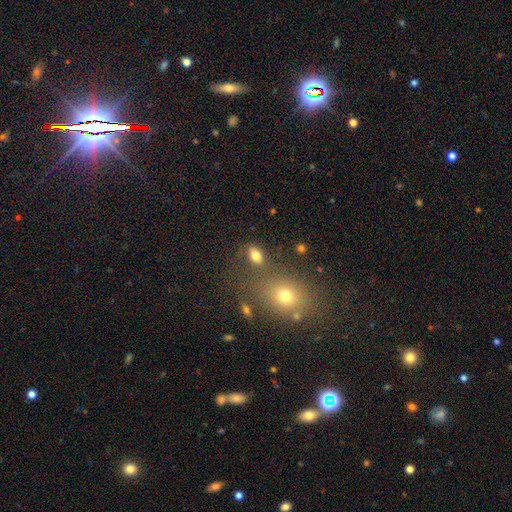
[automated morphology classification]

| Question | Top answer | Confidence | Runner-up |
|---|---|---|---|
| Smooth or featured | smooth | 77% | star or artifact (13%) |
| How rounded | in between | 82% | round (15%) |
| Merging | none | 66% | minor disturbance (15%) |